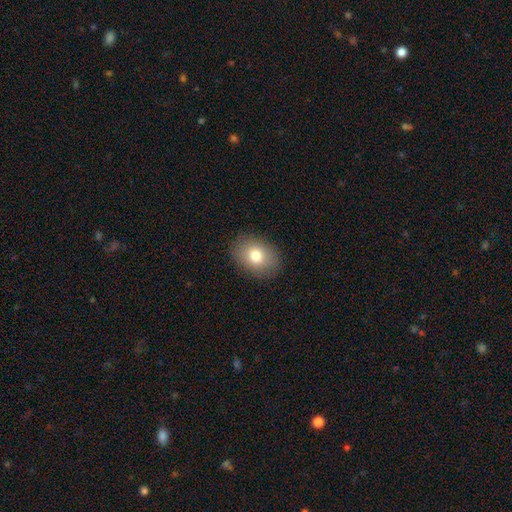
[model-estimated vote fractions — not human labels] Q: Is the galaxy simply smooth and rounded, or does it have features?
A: smooth — 79%.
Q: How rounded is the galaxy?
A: in between — 73%.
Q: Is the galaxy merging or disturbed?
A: none — 88%.